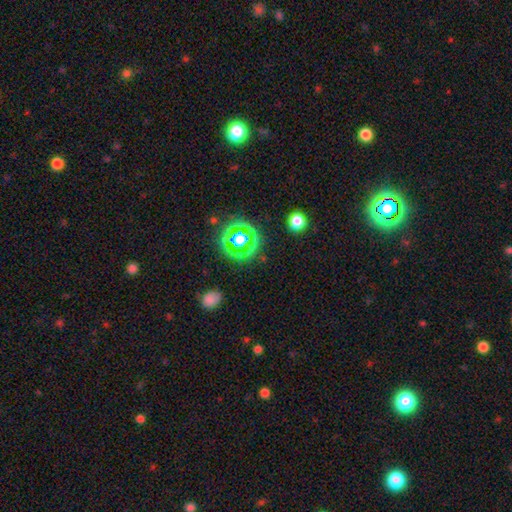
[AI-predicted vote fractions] Smooth or featured: star or artifact — 60% (smooth — 32%)